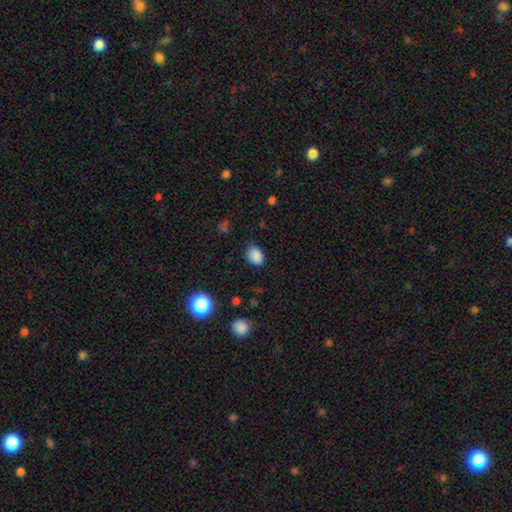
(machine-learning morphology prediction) This appears to be a smooth galaxy with no disk features (86%) that is in between round and cigar-shaped (71%). Merging: none (80%).